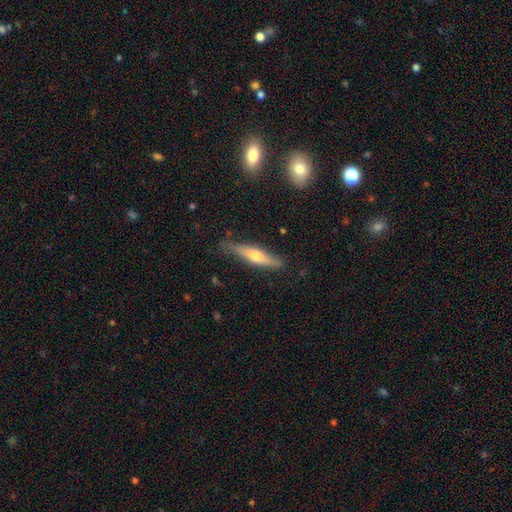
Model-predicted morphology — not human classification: Smooth or featured? featured or disk (53%)
Edge-on disk? yes (93%)
Merging? none (82%)